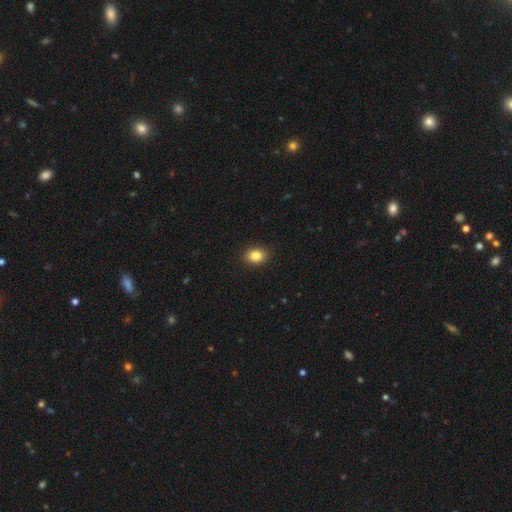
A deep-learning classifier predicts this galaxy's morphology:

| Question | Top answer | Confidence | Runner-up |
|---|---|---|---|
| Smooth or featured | smooth | 85% | star or artifact (9%) |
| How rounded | in between | 65% | round (33%) |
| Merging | none | 90% | minor disturbance (7%) |